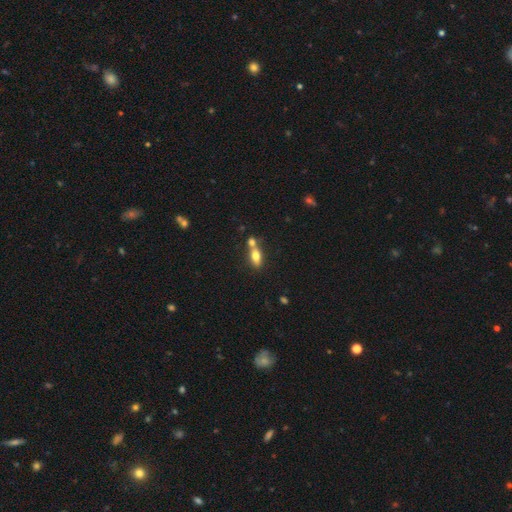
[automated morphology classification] Smooth or featured? smooth (72%)
How rounded? in between (77%)
Merging? none (43%)